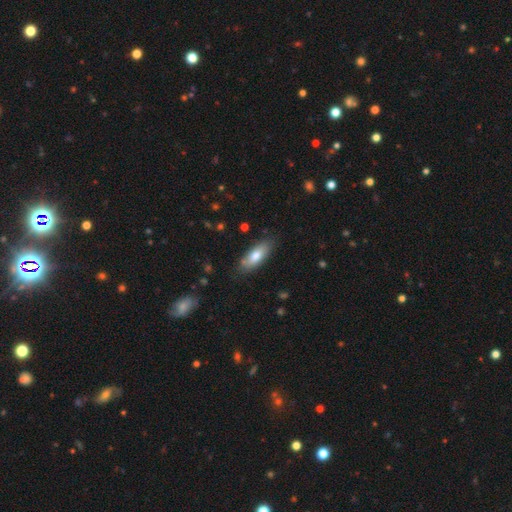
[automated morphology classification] smooth_or_featured: smooth (p=0.74) [alt: featured or disk p=0.20]
how_rounded: in between (p=0.71) [alt: cigar-shaped p=0.26]
merging: none (p=0.80) [alt: minor disturbance p=0.15]